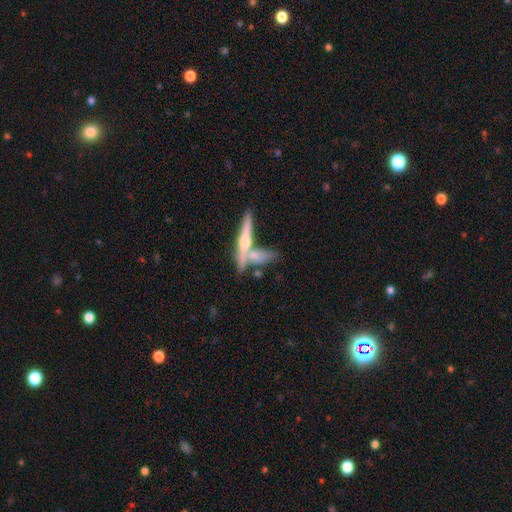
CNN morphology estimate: Q: Smooth or featured?
A: featured or disk (49%); runner-up: smooth (44%)
Q: Merging?
A: merger (43%); runner-up: none (42%)